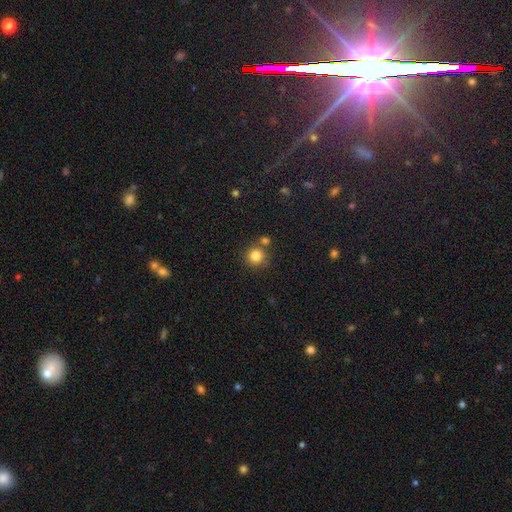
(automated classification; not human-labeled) Smooth or featured?
  - smooth: 83% *
  - star or artifact: 11%
  - featured or disk: 6%
How rounded?
  - round: 92% *
  - in between: 7%
  - cigar-shaped: 1%
Merging?
  - none: 72% *
  - merger: 15%
  - minor disturbance: 10%
  - major disturbance: 3%